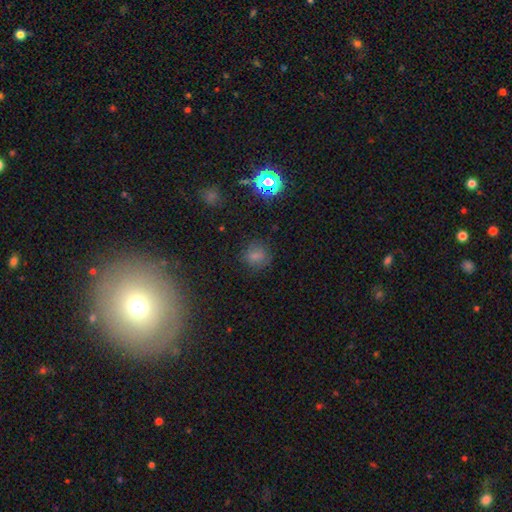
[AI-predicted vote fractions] A smooth galaxy with no disk features (69%) that is round (78%). Merging: none (76%).